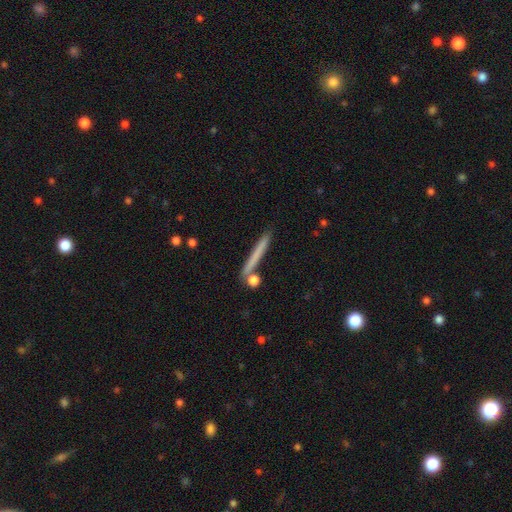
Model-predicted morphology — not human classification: This is likely a smooth galaxy (63%). How rounded: clearly cigar-shaped (96%). Merging: clearly none (82%).